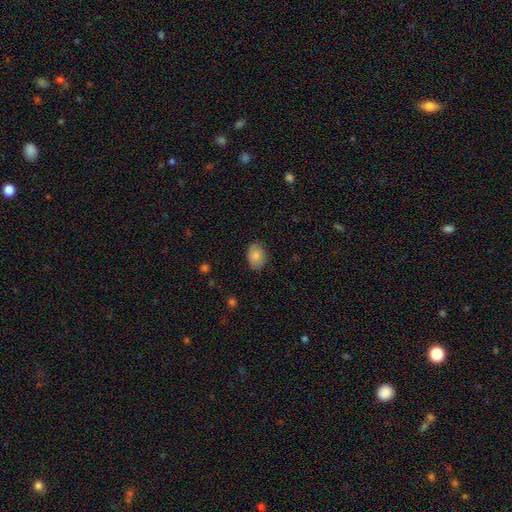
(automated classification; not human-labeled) Morphology: type=smooth (84%); roundness=in between (74%); merging=none (82%).